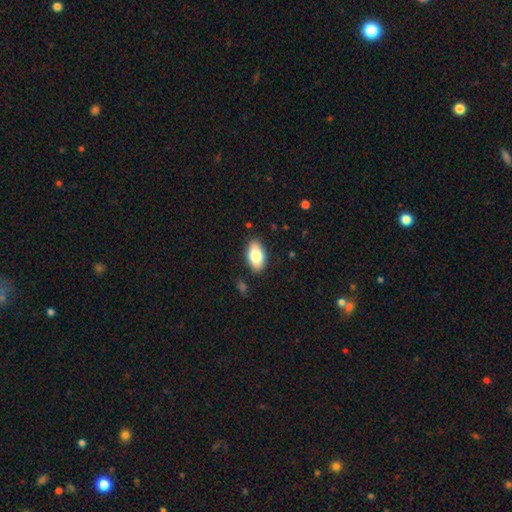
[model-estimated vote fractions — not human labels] smooth 79%, featured or disk 14%, star or artifact 7%. Down the decision tree: how rounded — in between (93%); merging — none (86%).